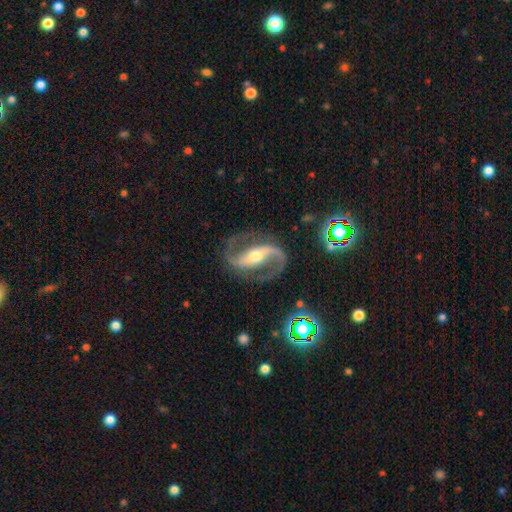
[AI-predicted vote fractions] Smooth or featured? featured or disk (91%)
Edge-on disk? no (97%)
Bar? strong (54%)
Spiral arms? yes (98%)
Spiral winding? medium (51%)
Spiral arm count? 2 (94%)
Bulge size? moderate (60%)
Merging? none (81%)